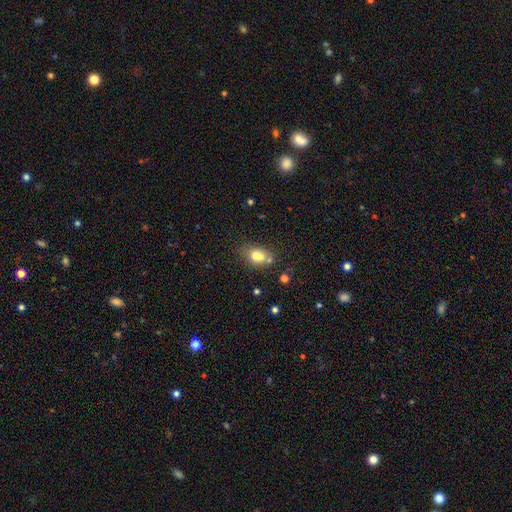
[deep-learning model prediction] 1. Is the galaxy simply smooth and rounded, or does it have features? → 75% smooth, 14% featured or disk, 11% star or artifact.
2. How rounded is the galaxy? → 78% in between, 20% round, 2% cigar-shaped.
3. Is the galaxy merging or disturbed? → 49% none, 24% merger, 20% minor disturbance, 7% major disturbance.